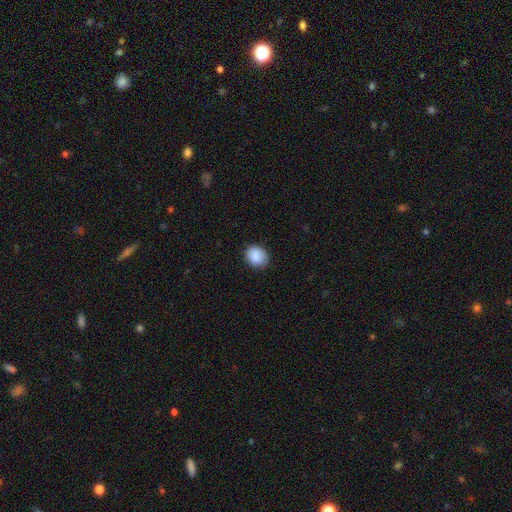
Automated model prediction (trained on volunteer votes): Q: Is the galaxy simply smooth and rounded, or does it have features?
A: smooth — 88%.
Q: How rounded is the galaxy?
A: round — 58%.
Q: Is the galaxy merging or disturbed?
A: none — 82%.